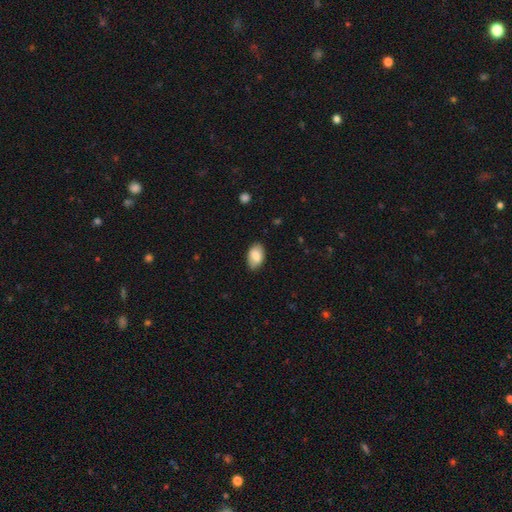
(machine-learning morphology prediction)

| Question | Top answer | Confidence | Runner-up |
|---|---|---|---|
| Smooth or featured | smooth | 84% | featured or disk (10%) |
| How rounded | in between | 92% | round (6%) |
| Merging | none | 82% | minor disturbance (15%) |